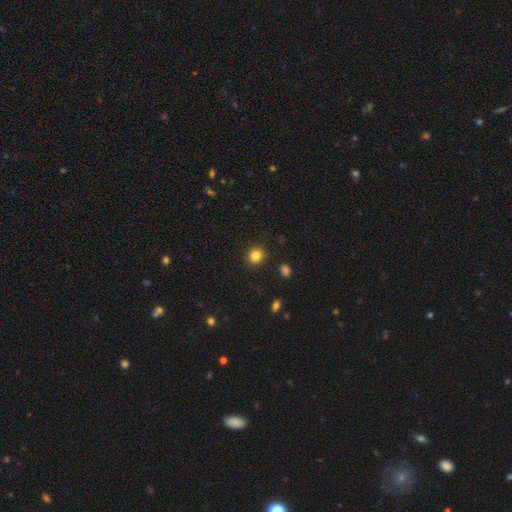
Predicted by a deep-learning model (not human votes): Smooth or featured?
  - smooth: 84% *
  - star or artifact: 11%
  - featured or disk: 5%
How rounded?
  - round: 77% *
  - in between: 22%
  - cigar-shaped: 1%
Merging?
  - none: 90% *
  - minor disturbance: 7%
  - major disturbance: 2%
  - merger: 1%